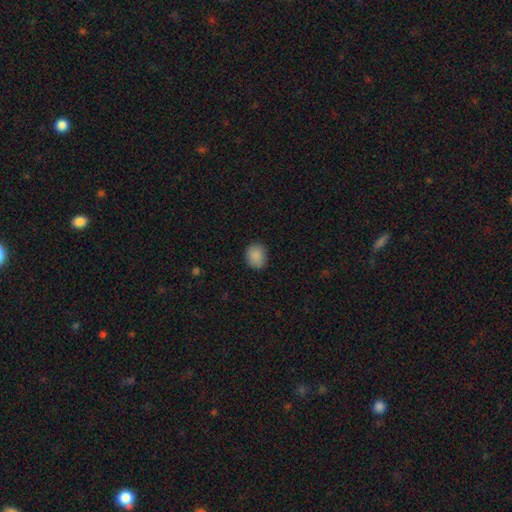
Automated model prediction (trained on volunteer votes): This appears to be a smooth galaxy with no disk features (88%) that is round (64%). Merging: none (84%).